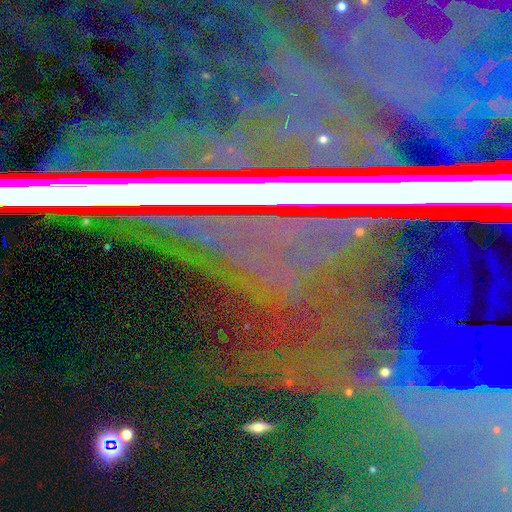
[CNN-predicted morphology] smooth_or_featured: star or artifact (p=0.68) [alt: featured or disk p=0.22]